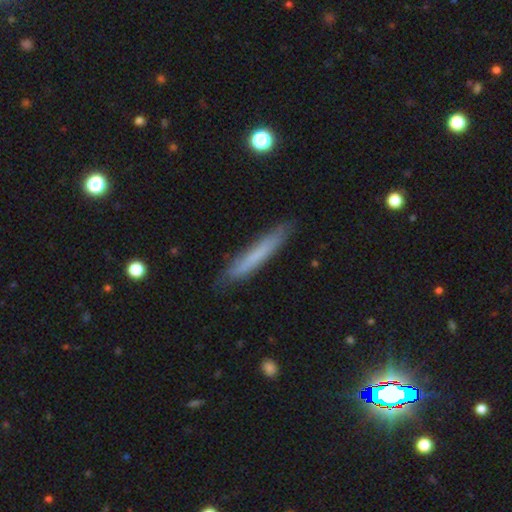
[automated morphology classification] The model was most divided on "smooth or featured": smooth: 66%, featured or disk: 27%, star or artifact: 7%. More confident: how rounded — cigar-shaped (95%); merging — none (84%).